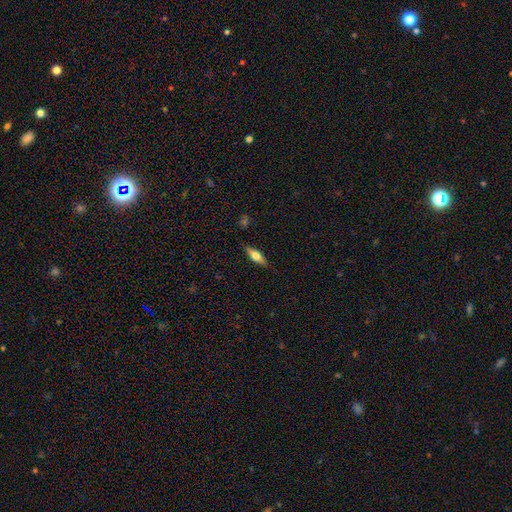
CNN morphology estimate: This is likely a smooth galaxy (60%). How rounded: possibly in between (54%). Merging: clearly none (85%).